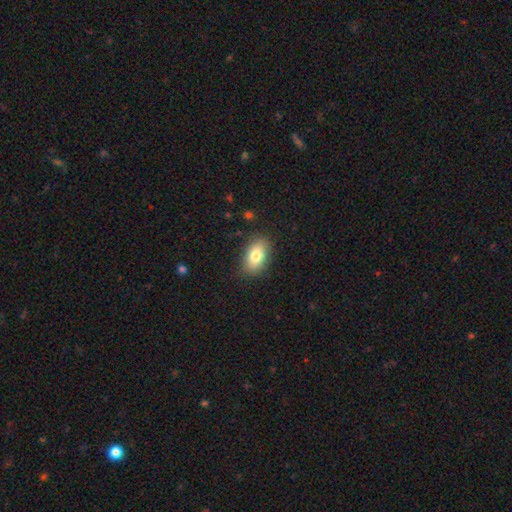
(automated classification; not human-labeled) smooth_or_featured: smooth (p=0.80) [alt: featured or disk p=0.13]
how_rounded: in between (p=0.90) [alt: round p=0.07]
merging: none (p=0.85) [alt: minor disturbance p=0.11]